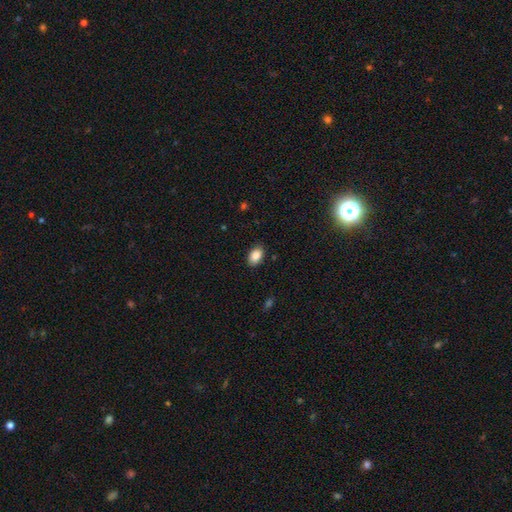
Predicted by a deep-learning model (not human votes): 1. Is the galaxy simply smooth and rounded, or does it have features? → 88% smooth, 8% star or artifact, 4% featured or disk.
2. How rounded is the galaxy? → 88% in between, 11% round, 1% cigar-shaped.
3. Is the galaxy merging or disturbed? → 87% none, 10% minor disturbance, 2% major disturbance, 1% merger.